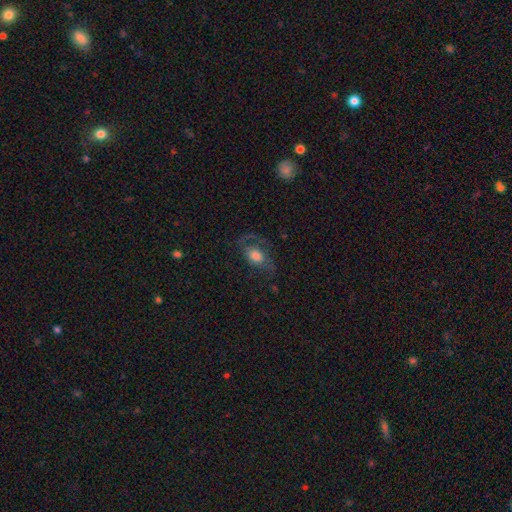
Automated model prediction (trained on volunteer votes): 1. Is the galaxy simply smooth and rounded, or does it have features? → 47% smooth, 43% featured or disk, 10% star or artifact.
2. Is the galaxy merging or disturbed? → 50% none, 27% major disturbance, 21% minor disturbance, 2% merger.